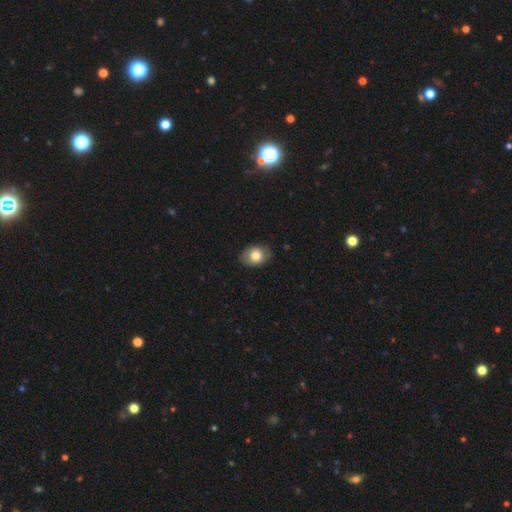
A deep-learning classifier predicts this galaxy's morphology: A smooth galaxy with no disk features (79%) that is in between round and cigar-shaped (69%). Merging: none (83%).